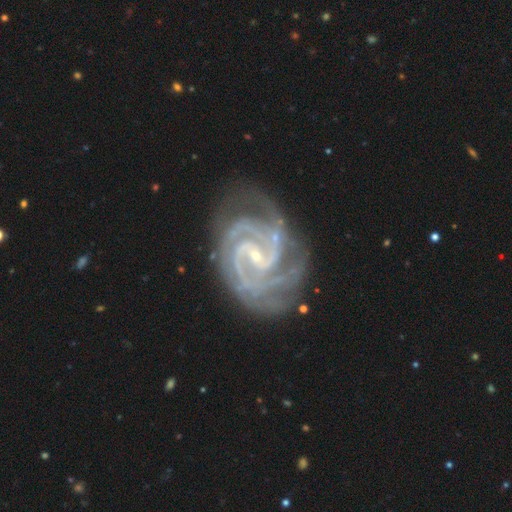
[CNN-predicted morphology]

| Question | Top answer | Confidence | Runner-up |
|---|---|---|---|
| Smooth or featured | featured or disk | 93% | star or artifact (5%) |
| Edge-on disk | no | 98% | yes (2%) |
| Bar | weak | 46% | no (28%) |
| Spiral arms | yes | 99% | no (1%) |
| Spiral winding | tight | 58% | medium (37%) |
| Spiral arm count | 2 | 40% | 3 (24%) |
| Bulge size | small | 84% | moderate (11%) |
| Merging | none | 71% | minor disturbance (19%) |